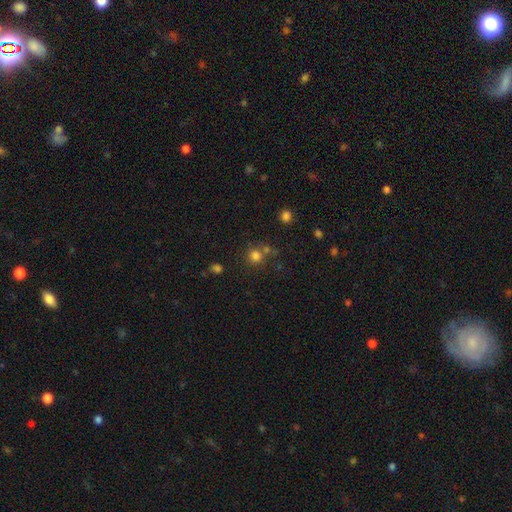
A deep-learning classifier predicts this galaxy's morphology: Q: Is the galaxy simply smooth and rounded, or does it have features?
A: smooth — 77%.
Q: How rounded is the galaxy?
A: round — 91%.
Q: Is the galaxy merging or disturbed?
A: none — 65%.